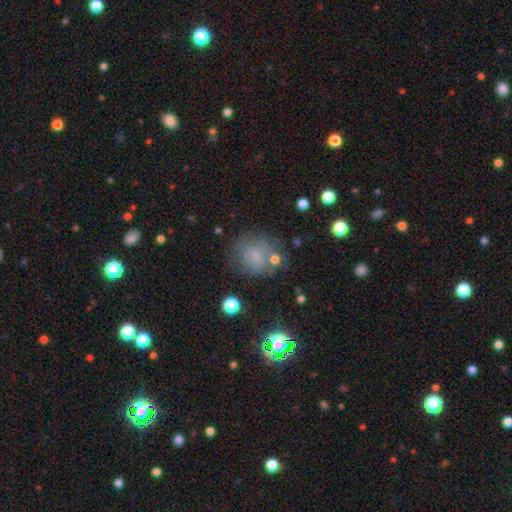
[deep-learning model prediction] Smooth or featured?
  - smooth: 53% *
  - featured or disk: 30%
  - star or artifact: 17%
How rounded?
  - round: 68% *
  - in between: 31%
  - cigar-shaped: 1%
Merging?
  - none: 53% *
  - minor disturbance: 22%
  - major disturbance: 18%
  - merger: 7%